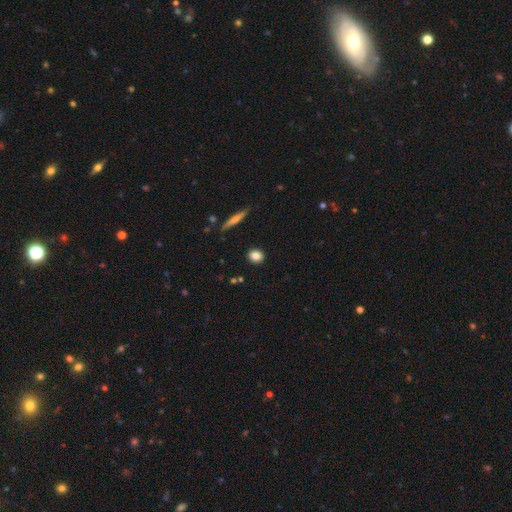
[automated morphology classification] type=smooth (84%); roundness=round (60%); merging=none (89%).